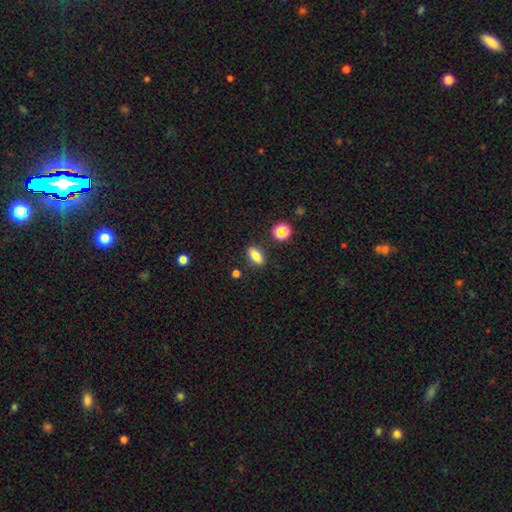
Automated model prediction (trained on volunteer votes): Smooth or featured?
  - smooth: 77% *
  - featured or disk: 13%
  - star or artifact: 10%
How rounded?
  - in between: 76% *
  - cigar-shaped: 15%
  - round: 9%
Merging?
  - none: 86% *
  - minor disturbance: 9%
  - merger: 3%
  - major disturbance: 2%